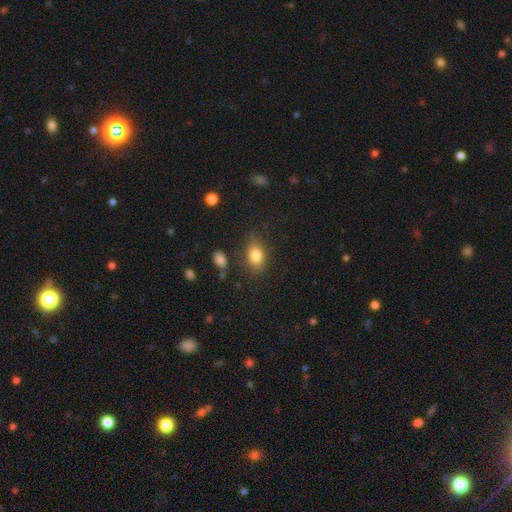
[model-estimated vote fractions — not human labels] smooth_or_featured: smooth (p=0.81) [alt: featured or disk p=0.10]
how_rounded: in between (p=0.82) [alt: round p=0.15]
merging: none (p=0.79) [alt: minor disturbance p=0.14]